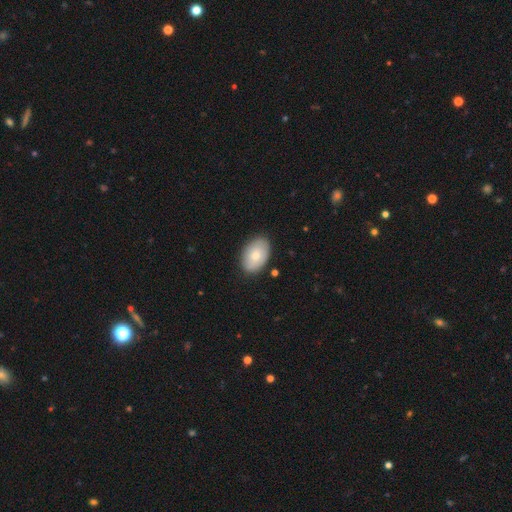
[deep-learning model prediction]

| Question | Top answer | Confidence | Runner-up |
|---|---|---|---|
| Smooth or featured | smooth | 72% | featured or disk (22%) |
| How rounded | in between | 88% | round (11%) |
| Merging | none | 84% | minor disturbance (12%) |